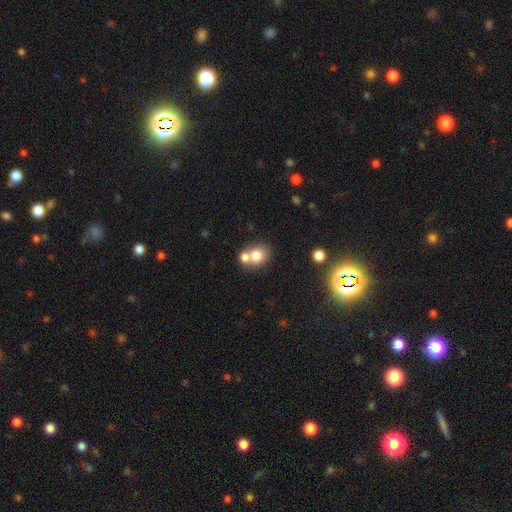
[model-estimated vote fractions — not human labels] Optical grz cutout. It shows a smooth galaxy with no disk features (77%) that is round (66%). Merging: merger (52%).